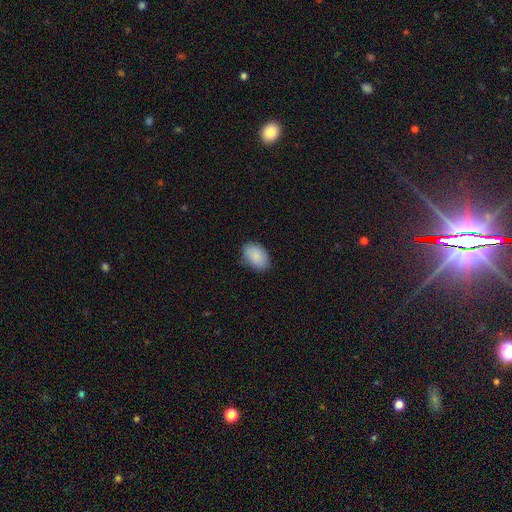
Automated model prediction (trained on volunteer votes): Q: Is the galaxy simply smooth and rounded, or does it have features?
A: smooth — 88%.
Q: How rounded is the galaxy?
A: in between — 87%.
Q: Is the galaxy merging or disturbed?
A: none — 81%.